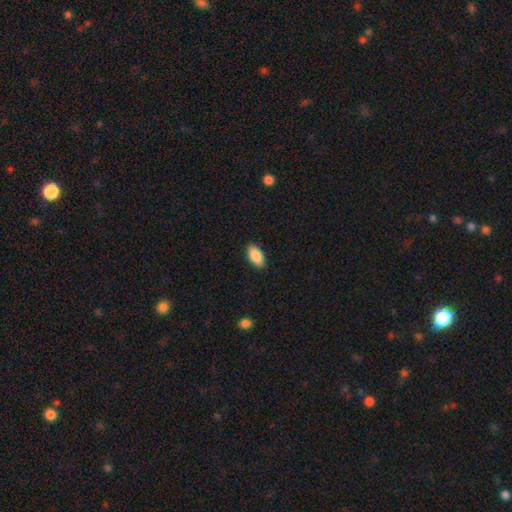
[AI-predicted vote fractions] smooth_or_featured: smooth (p=0.88) [alt: star or artifact p=0.06]
how_rounded: in between (p=0.93) [alt: cigar-shaped p=0.04]
merging: none (p=0.89) [alt: minor disturbance p=0.08]